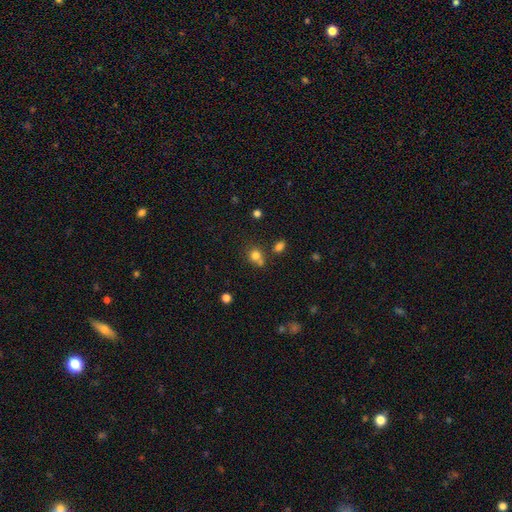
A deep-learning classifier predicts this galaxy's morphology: Smooth or featured?
  - smooth: 77% *
  - star or artifact: 14%
  - featured or disk: 8%
How rounded?
  - round: 78% *
  - in between: 21%
  - cigar-shaped: 1%
Merging?
  - none: 54% *
  - merger: 29%
  - minor disturbance: 12%
  - major disturbance: 5%